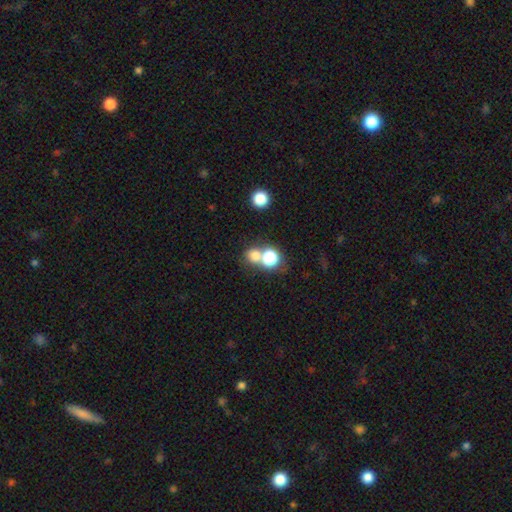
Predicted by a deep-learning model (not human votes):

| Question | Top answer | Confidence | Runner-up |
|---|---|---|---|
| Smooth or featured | smooth | 73% | star or artifact (17%) |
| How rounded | round | 79% | in between (20%) |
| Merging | merger | 49% | none (41%) |